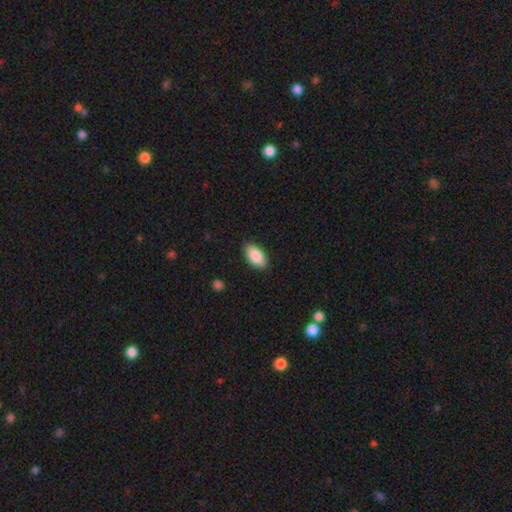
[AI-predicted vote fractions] This is clearly a smooth galaxy (86%). How rounded: clearly in between (94%). Merging: clearly none (87%).